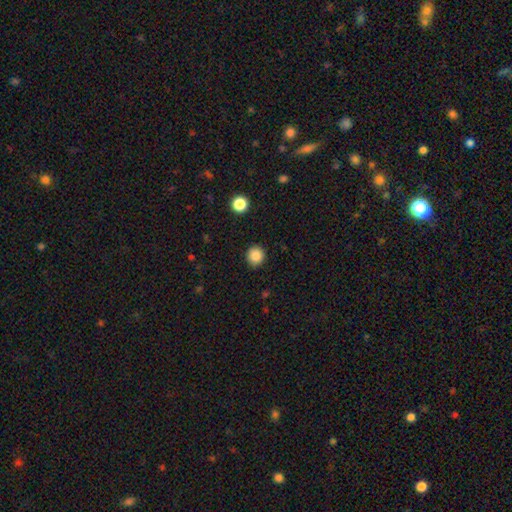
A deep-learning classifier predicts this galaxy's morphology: Smooth or featured? smooth (87%)
How rounded? round (91%)
Merging? none (90%)